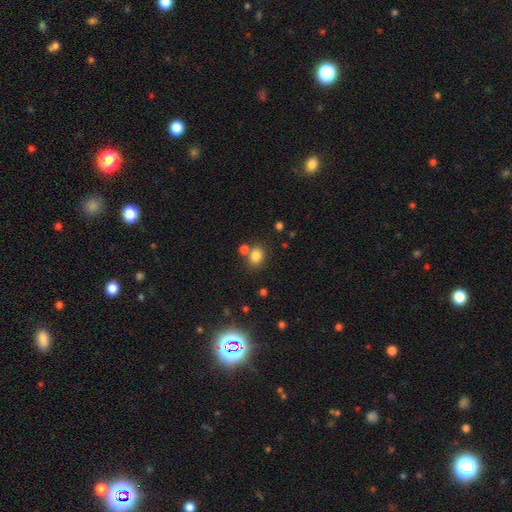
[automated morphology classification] Q: Smooth or featured?
A: smooth (82%); runner-up: star or artifact (12%)
Q: How rounded?
A: in between (52%); runner-up: round (47%)
Q: Merging?
A: none (66%); runner-up: merger (19%)